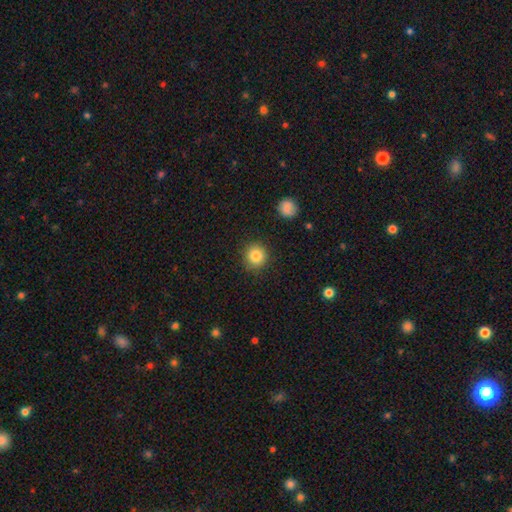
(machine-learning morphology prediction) The model was most divided on "smooth or featured": smooth: 84%, star or artifact: 10%, featured or disk: 6%. More confident: how rounded — round (92%); merging — none (89%).